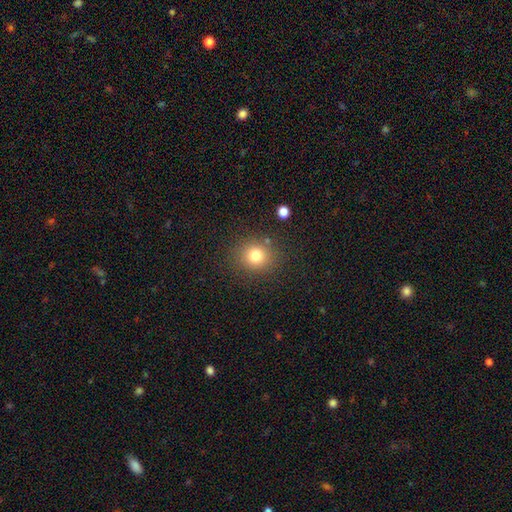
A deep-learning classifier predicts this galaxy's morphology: smooth 79%, star or artifact 14%, featured or disk 8%. Down the decision tree: how rounded — round (83%); merging — none (84%).